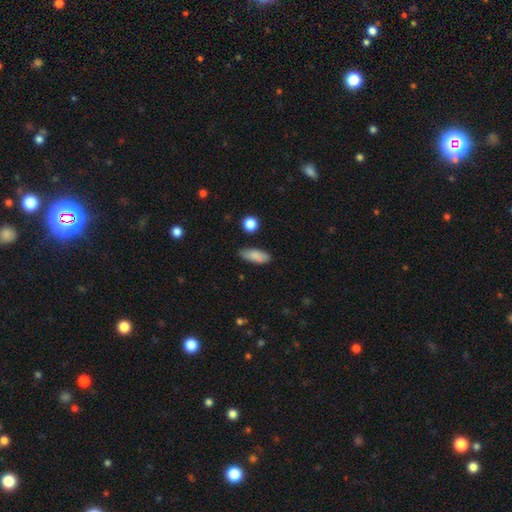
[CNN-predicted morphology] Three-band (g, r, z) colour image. It shows a smooth galaxy with no disk features (86%) that is in between round and cigar-shaped (72%). Merging: none (80%).